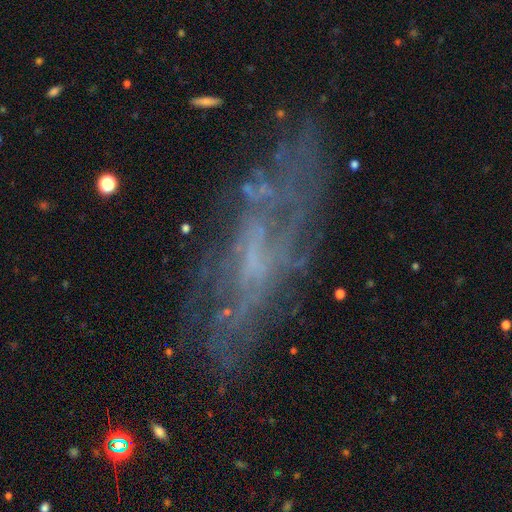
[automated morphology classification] Smooth or featured?
  - featured or disk: 64% *
  - smooth: 21%
  - star or artifact: 14%
Edge-on disk?
  - no: 74% *
  - yes: 26%
Merging?
  - none: 70% *
  - minor disturbance: 18%
  - major disturbance: 10%
  - merger: 3%